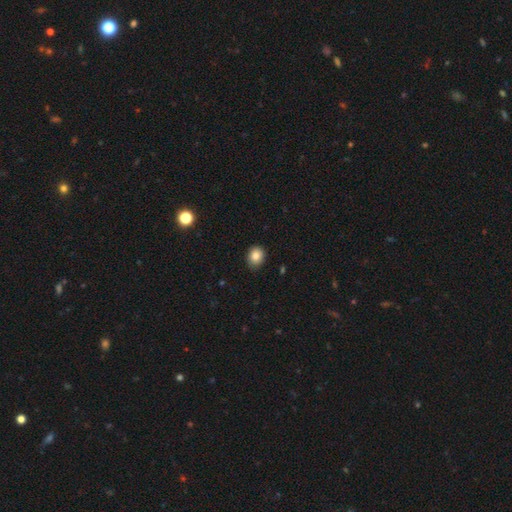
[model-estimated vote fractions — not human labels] Q: Smooth or featured?
A: smooth (83%); runner-up: star or artifact (10%)
Q: How rounded?
A: round (62%); runner-up: in between (37%)
Q: Merging?
A: none (84%); runner-up: minor disturbance (13%)